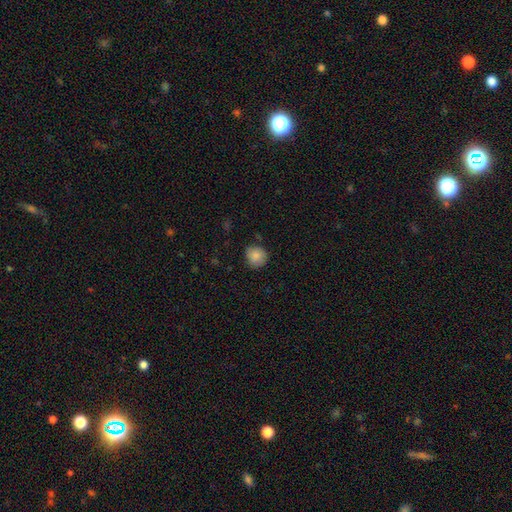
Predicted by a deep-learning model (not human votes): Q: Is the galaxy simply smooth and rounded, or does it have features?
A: smooth — 85%.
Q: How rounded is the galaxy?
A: round — 88%.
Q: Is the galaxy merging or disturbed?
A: none — 80%.